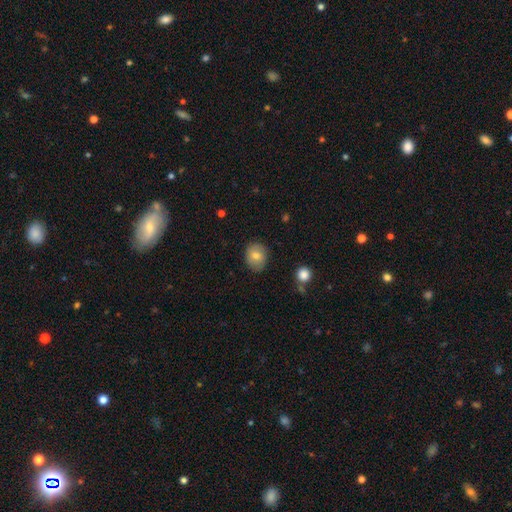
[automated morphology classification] type=smooth (76%); roundness=in between (52%); merging=none (79%).